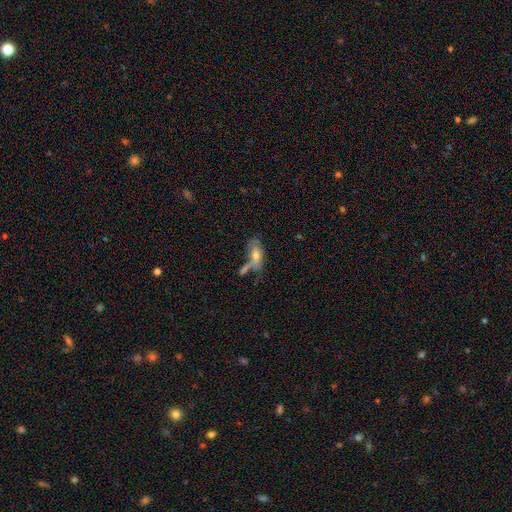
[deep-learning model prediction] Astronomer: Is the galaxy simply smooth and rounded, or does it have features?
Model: smooth — 56% (runner-up: featured or disk, 35%).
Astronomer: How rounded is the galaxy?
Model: in between — 80%.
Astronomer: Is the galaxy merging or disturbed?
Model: none — 35% (runner-up: merger, 31%).